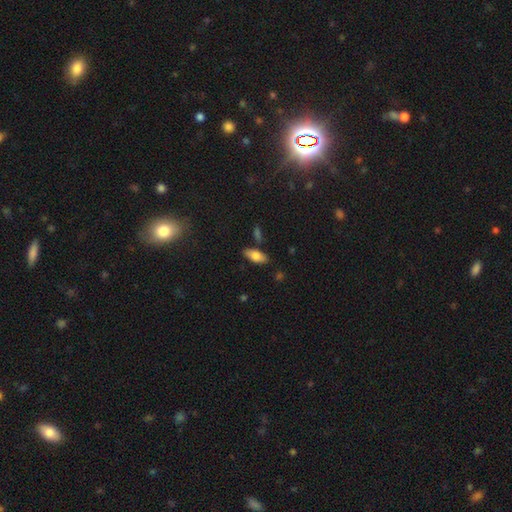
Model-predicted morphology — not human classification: A smooth galaxy with no disk features (77%) that is in between round and cigar-shaped (83%).

Vote fractions:
- Smooth or featured? smooth: 77% / featured or disk: 16% / star or artifact: 7%
- How rounded? in between: 83% / cigar-shaped: 14% / round: 2%
- Merging? none: 81% / minor disturbance: 12% / merger: 5% / major disturbance: 3%